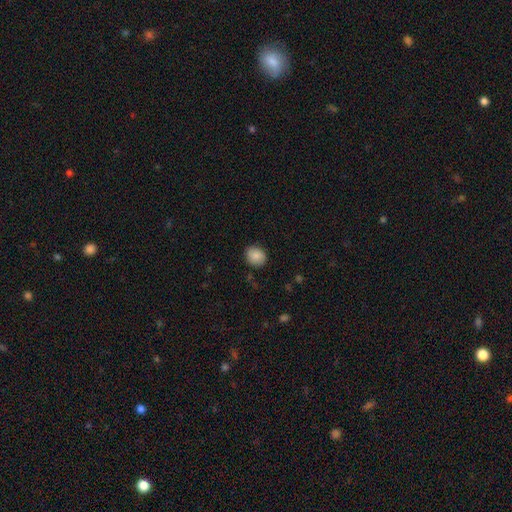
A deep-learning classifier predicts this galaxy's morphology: Overall: smooth (88%). How rounded: round (63%; in between 36%). Merging: none (84%).